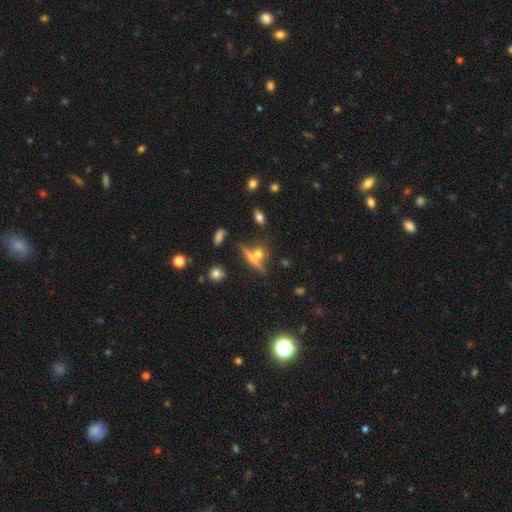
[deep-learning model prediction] A smooth galaxy with no disk features (47%). Merging: none (60%).